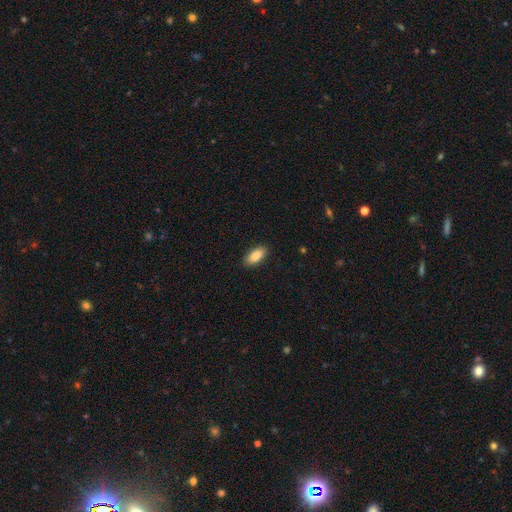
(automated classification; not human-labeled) The model was most divided on "smooth or featured": smooth: 86%, featured or disk: 7%, star or artifact: 7%. More confident: how rounded — in between (89%); merging — none (89%).